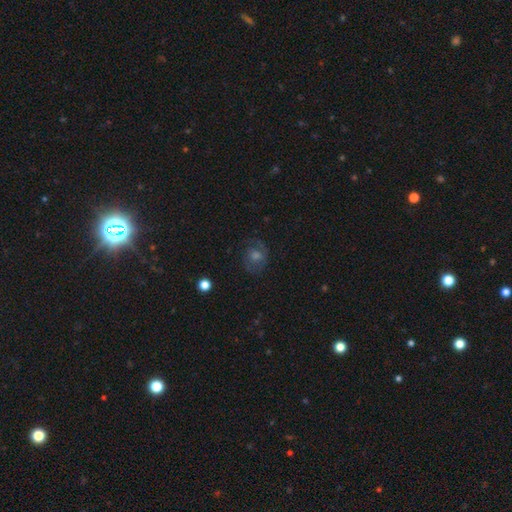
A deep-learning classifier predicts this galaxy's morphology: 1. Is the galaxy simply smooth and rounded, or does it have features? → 38% smooth (tied), 38% featured or disk (tied), 24% star or artifact.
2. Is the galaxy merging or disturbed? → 74% none, 16% minor disturbance, 9% major disturbance, 1% merger.